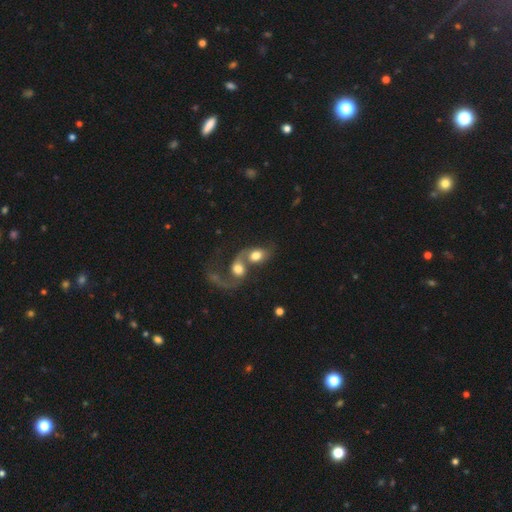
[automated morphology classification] Smooth or featured: smooth — 52% (featured or disk — 40%)
How rounded: in between — 59% (round — 39%)
Merging: merger — 78% (none — 10%)